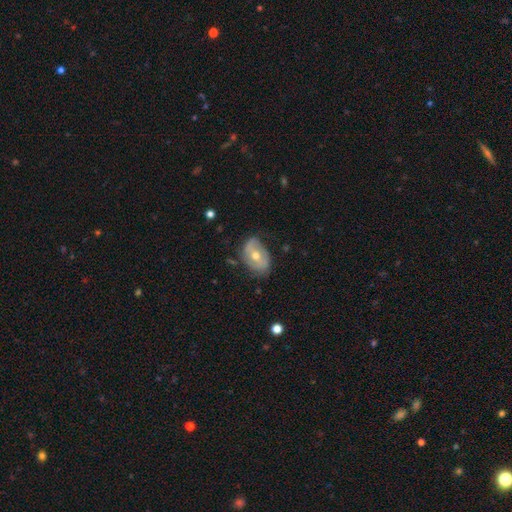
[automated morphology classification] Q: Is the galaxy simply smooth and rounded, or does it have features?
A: featured or disk — 60%.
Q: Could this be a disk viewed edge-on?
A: no — 93%.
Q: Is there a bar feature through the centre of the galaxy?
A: no — 49%.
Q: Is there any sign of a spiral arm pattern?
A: yes — 58%.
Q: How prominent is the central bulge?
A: moderate — 66%.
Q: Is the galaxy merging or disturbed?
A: none — 64%.